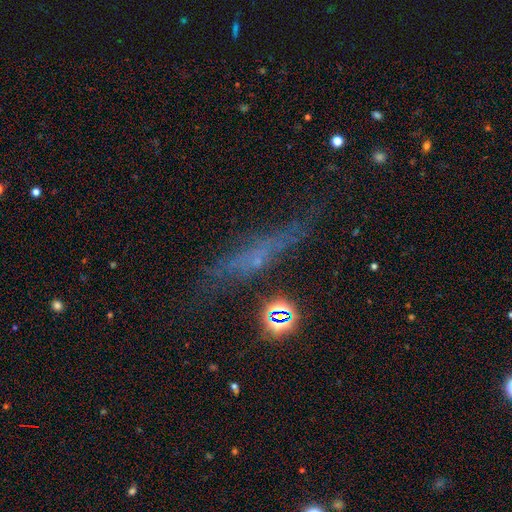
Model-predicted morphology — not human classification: Smooth or featured?
  - featured or disk: 49% *
  - smooth: 31%
  - star or artifact: 20%
Merging?
  - none: 65% *
  - minor disturbance: 20%
  - major disturbance: 10%
  - merger: 4%